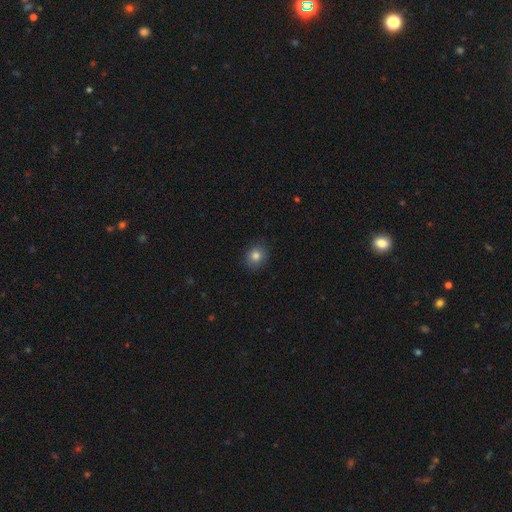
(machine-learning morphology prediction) smooth 82%, star or artifact 11%, featured or disk 7%. Down the decision tree: how rounded — round (77%); merging — none (88%).